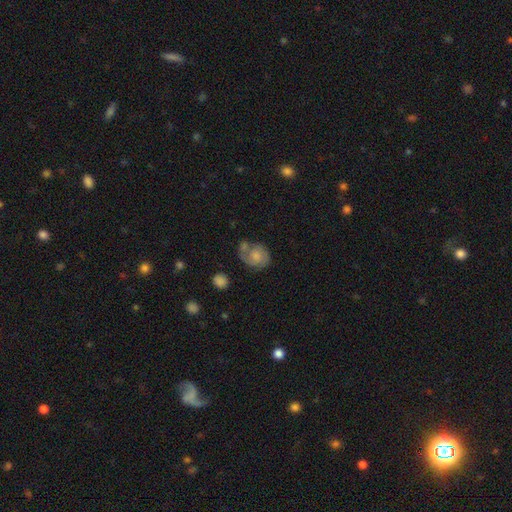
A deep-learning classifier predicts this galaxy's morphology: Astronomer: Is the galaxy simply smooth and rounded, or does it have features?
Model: smooth — 47% (runner-up: featured or disk, 45%).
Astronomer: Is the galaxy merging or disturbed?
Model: none — 42% (runner-up: minor disturbance, 24%).